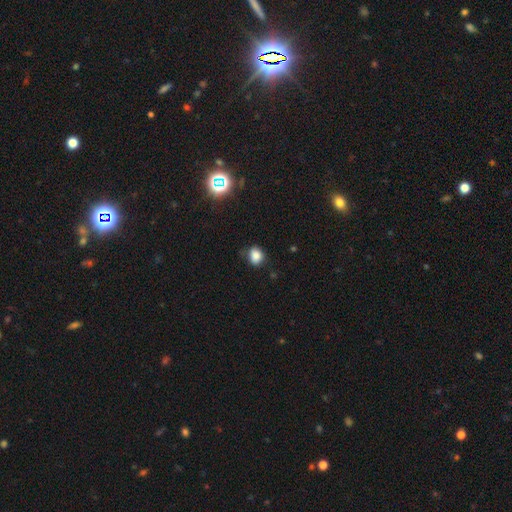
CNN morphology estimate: smooth-or-featured: smooth: 83% | star or artifact: 12% | featured or disk: 5%
  how-rounded: round: 52% | in between: 47% | cigar-shaped: 1%
  merging: none: 71% | minor disturbance: 22% | major disturbance: 5% | merger: 2%